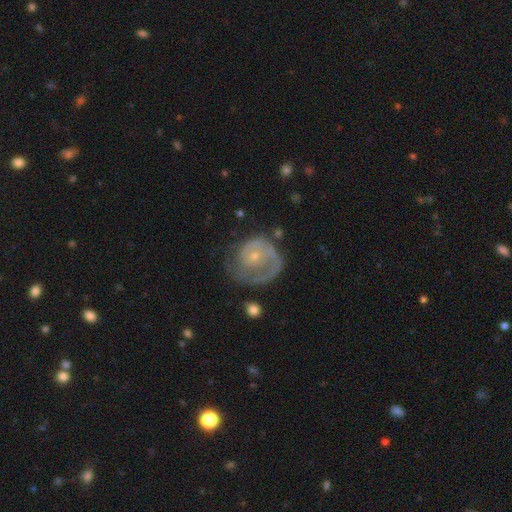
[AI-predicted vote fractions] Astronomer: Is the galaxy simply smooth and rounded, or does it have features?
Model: featured or disk — 75%.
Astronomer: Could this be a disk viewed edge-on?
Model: no — 98%.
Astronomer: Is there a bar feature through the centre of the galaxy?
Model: no — 77%.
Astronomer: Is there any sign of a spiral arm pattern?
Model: yes — 85%.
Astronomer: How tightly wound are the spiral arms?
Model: tight — 55% (runner-up: medium, 31%).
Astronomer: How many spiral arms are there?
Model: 1 — 55%.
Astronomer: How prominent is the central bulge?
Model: small — 74%.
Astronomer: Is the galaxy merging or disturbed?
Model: none — 48% (runner-up: major disturbance, 27%).